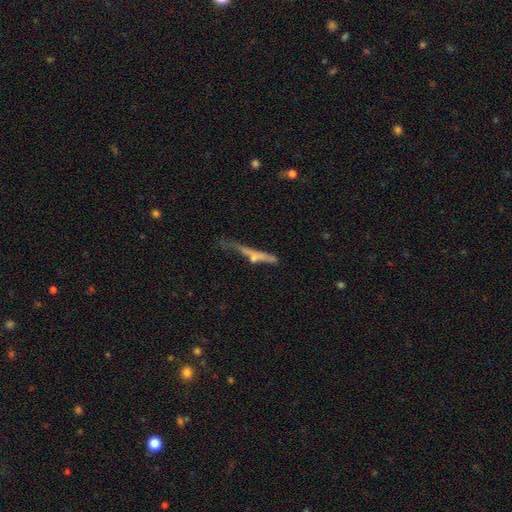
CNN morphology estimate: Smooth or featured? smooth (48%)
Merging? none (35%)